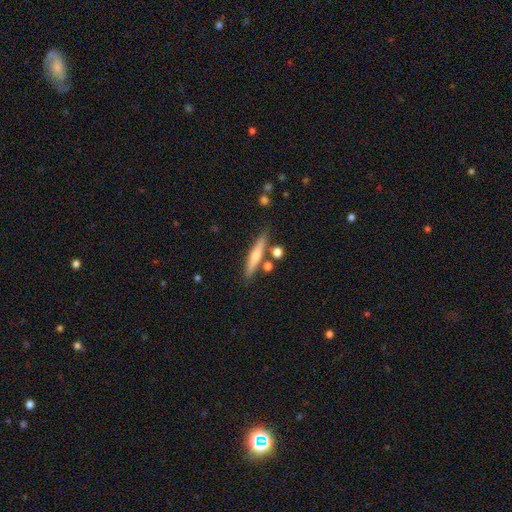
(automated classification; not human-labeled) Morphology: type=featured or disk (49%); merging=none (81%).